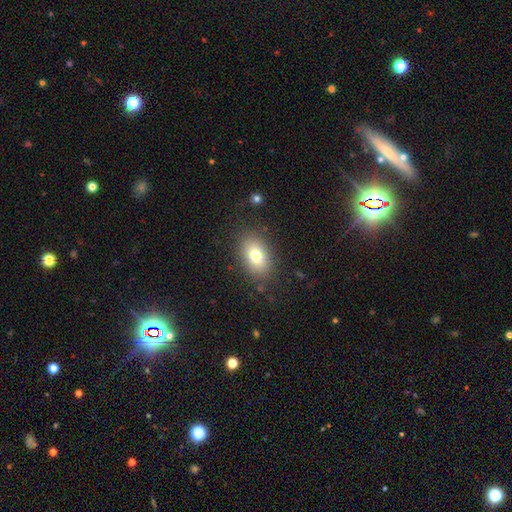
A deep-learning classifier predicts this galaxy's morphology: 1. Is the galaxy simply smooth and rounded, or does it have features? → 76% smooth, 14% featured or disk, 10% star or artifact.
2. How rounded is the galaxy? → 82% in between, 17% round, 2% cigar-shaped.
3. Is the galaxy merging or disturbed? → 84% none, 11% minor disturbance, 4% major disturbance, 1% merger.